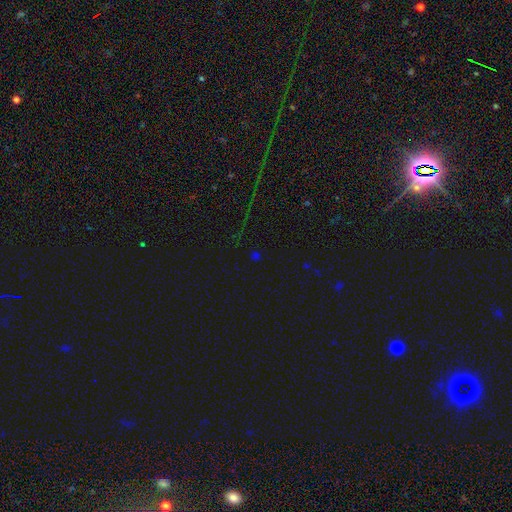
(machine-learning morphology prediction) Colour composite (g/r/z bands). It shows a star or artifact, not a galaxy (65%).